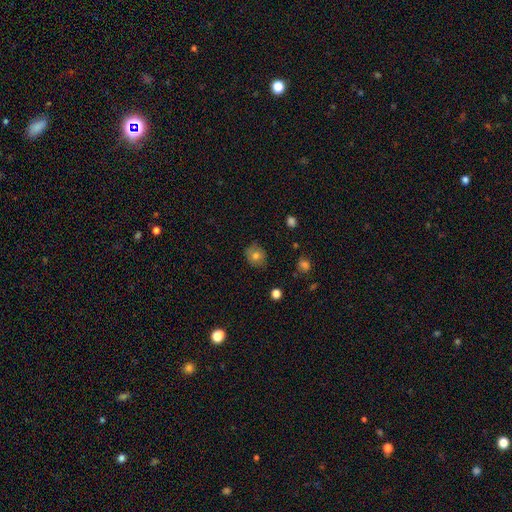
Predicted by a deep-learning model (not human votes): A smooth galaxy with no disk features (76%) that is round (76%).

Vote fractions:
- Smooth or featured? smooth: 76% / featured or disk: 12% / star or artifact: 12%
- How rounded? round: 76% / in between: 23% / cigar-shaped: 1%
- Merging? none: 80% / minor disturbance: 16% / major disturbance: 3% / merger: 1%